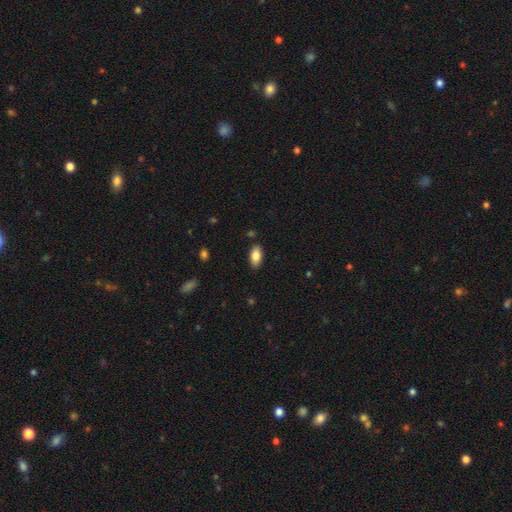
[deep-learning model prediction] The model was most divided on "merging": none: 86%, minor disturbance: 10%, major disturbance: 2%, merger: 2%. More confident: how rounded — in between (92%); smooth or featured — smooth (85%).